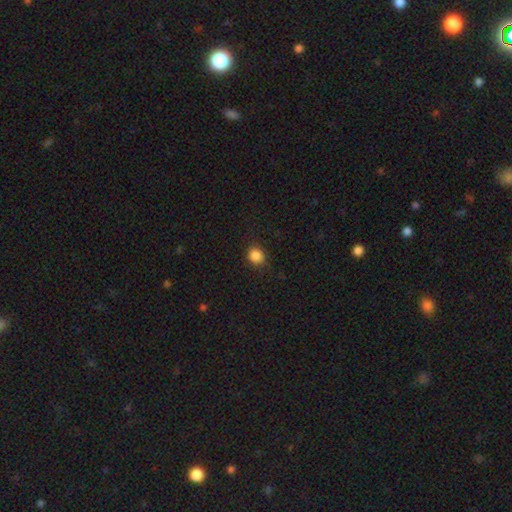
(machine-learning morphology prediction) A smooth galaxy with no disk features (86%) that is round (82%).

Vote fractions:
- Smooth or featured? smooth: 86% / star or artifact: 10% / featured or disk: 3%
- How rounded? round: 82% / in between: 17% / cigar-shaped: 1%
- Merging? none: 84% / minor disturbance: 12% / major disturbance: 3% / merger: 1%